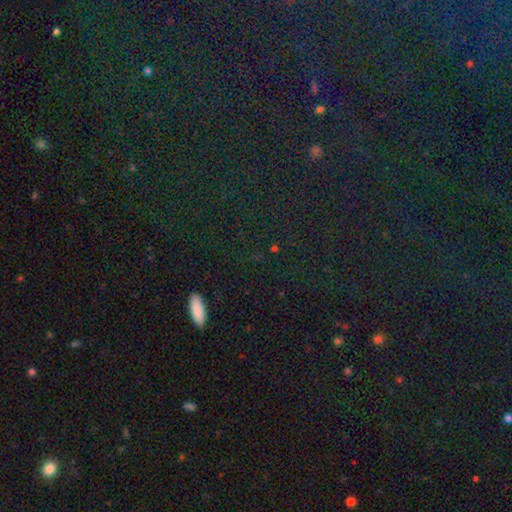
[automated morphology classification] This appears to be a star or artifact, not a galaxy (64%).